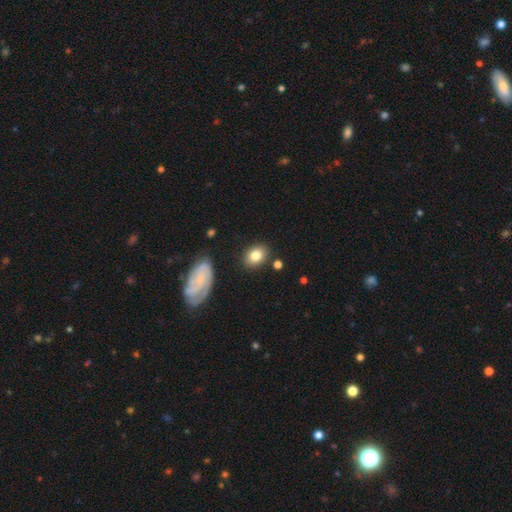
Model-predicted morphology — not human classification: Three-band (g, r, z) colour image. It shows a smooth galaxy with no disk features (79%) that is in between round and cigar-shaped (65%). Merging: none (81%).